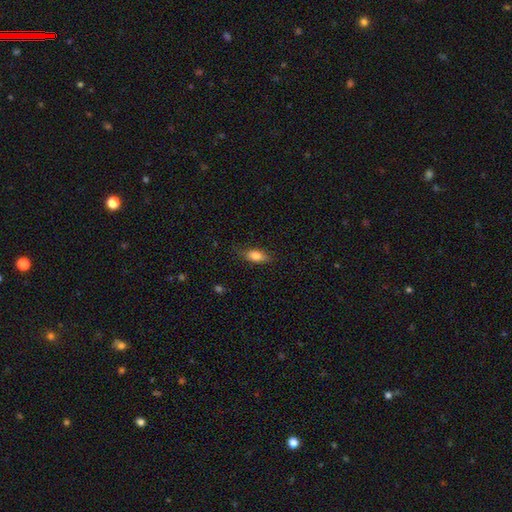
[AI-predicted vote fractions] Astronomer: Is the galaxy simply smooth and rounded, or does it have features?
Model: smooth — 78%.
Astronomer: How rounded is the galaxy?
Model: in between — 79%.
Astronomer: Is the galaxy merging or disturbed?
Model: none — 75%.